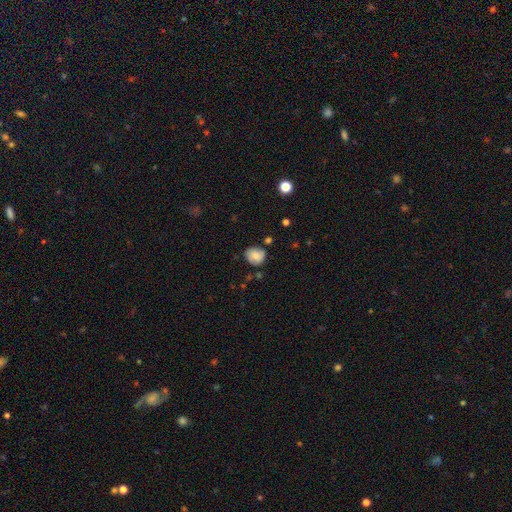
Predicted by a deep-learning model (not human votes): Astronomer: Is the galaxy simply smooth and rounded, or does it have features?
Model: smooth — 76%.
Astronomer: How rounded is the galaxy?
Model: round — 77%.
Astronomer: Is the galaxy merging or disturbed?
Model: none — 70%.